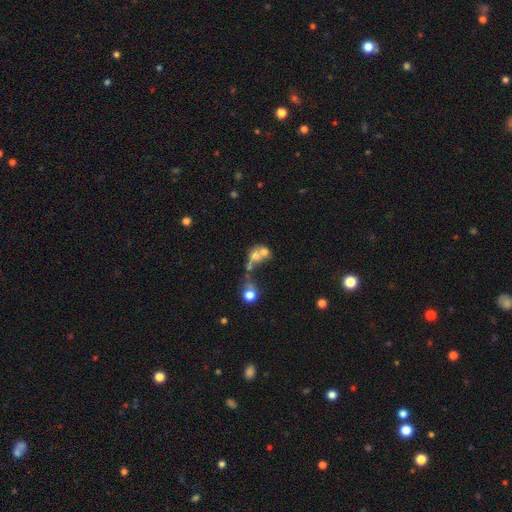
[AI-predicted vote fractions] A smooth galaxy with no disk features (58%) that is round (54%).

Vote fractions:
- Smooth or featured? smooth: 58% / featured or disk: 28% / star or artifact: 15%
- How rounded? round: 54% / in between: 44% / cigar-shaped: 2%
- Merging? merger: 61% / none: 19% / major disturbance: 13% / minor disturbance: 7%